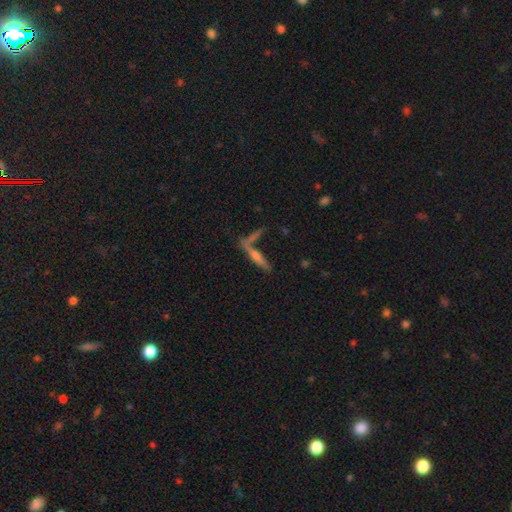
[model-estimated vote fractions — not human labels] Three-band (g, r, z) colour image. It shows a featured or disk galaxy (55%) viewed edge-on (93%) with a rounded central bulge (72%). Merging: none (62%).